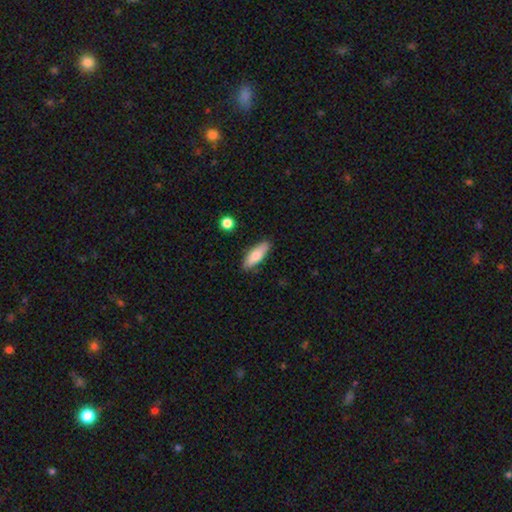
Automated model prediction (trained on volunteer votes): smooth-or-featured: smooth: 81% | featured or disk: 12% | star or artifact: 6%
  how-rounded: in between: 64% | cigar-shaped: 34% | round: 2%
  merging: none: 84% | minor disturbance: 12% | major disturbance: 2% | merger: 2%